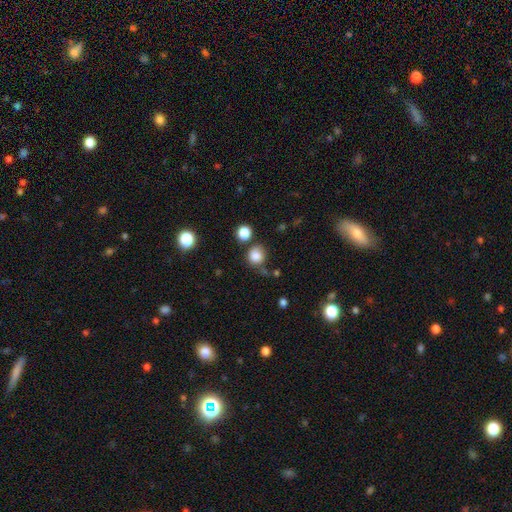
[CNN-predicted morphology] type=smooth (84%); roundness=round (87%); merging=none (69%).